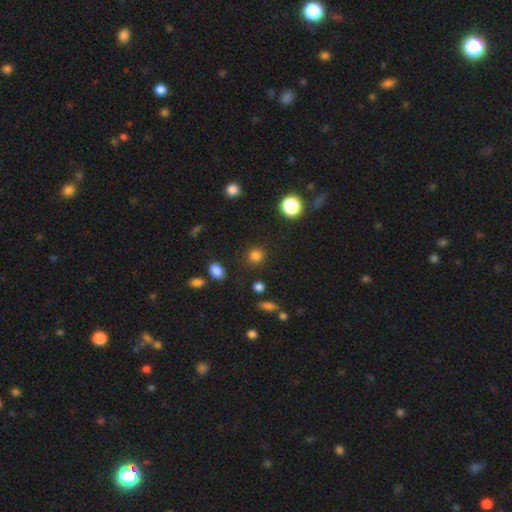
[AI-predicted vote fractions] smooth 80%, star or artifact 15%, featured or disk 5%. Down the decision tree: how rounded — round (89%); merging — none (87%).